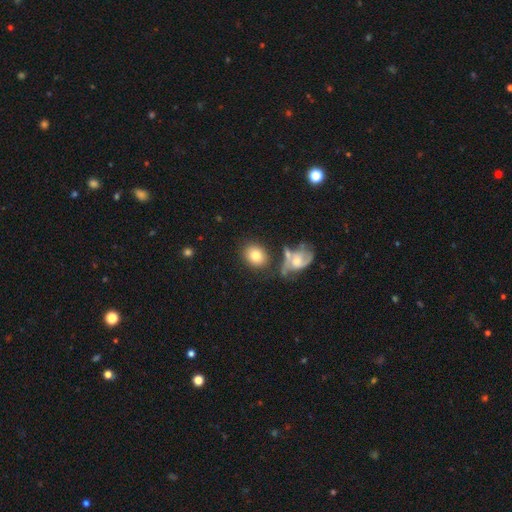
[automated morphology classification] This is likely a smooth galaxy (76%). How rounded: possibly in between (50%). Merging: likely none (66%).